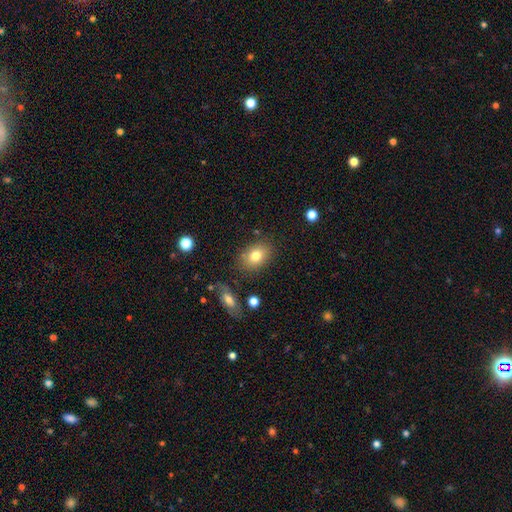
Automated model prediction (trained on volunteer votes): Smooth or featured? smooth (78%)
How rounded? in between (69%)
Merging? none (80%)